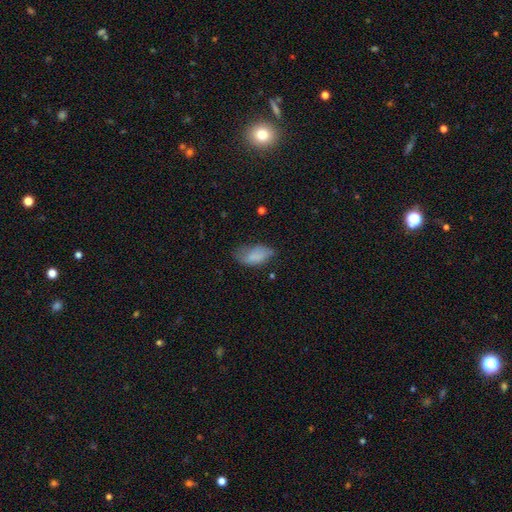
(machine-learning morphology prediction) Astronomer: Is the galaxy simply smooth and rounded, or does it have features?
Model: smooth — 76%.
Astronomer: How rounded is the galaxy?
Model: in between — 93%.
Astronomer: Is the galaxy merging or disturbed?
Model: none — 44% (runner-up: minor disturbance, 36%).